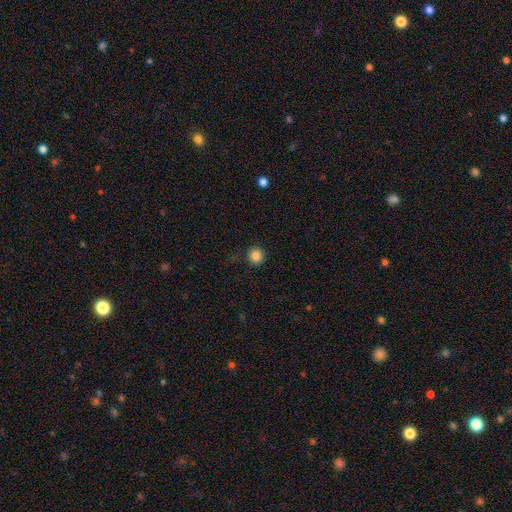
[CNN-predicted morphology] This is clearly a smooth galaxy (86%). How rounded: clearly round (92%). Merging: clearly none (89%).